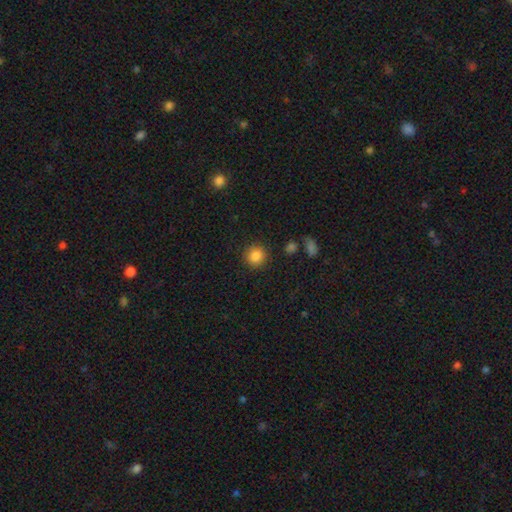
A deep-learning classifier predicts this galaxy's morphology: Smooth or featured: smooth — 85% (star or artifact — 10%)
How rounded: round — 90% (in between — 9%)
Merging: none — 89% (minor disturbance — 7%)